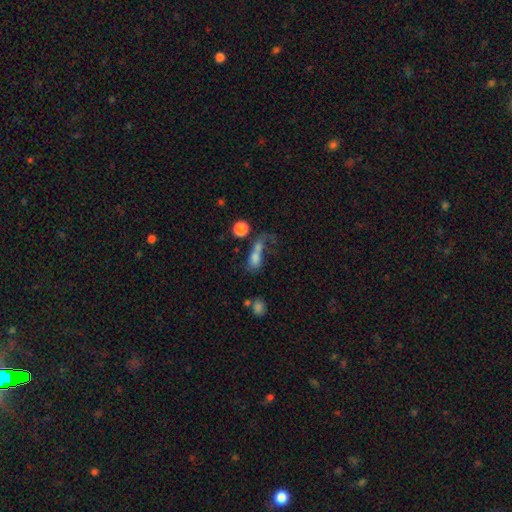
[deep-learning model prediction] Overall: smooth (69%). How rounded: in between (66%). Merging: merger (41%; major disturbance 25%).